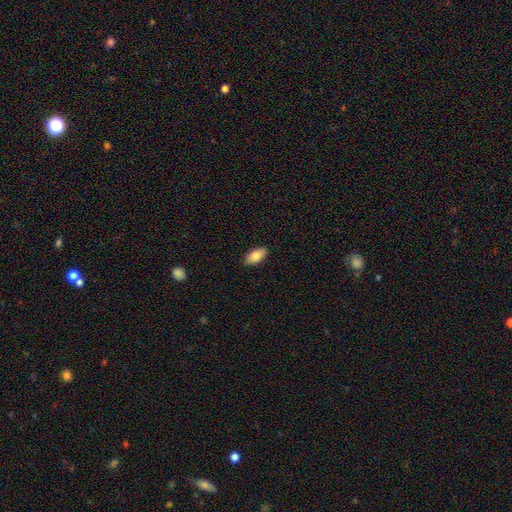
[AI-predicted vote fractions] This is clearly a smooth galaxy (81%). How rounded: clearly in between (89%). Merging: clearly none (89%).